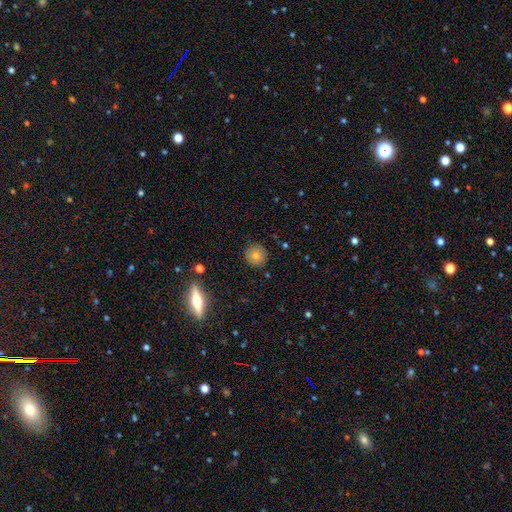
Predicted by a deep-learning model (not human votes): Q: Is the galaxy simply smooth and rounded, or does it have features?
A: smooth — 75%.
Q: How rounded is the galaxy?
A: round — 94%.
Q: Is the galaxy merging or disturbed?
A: none — 88%.